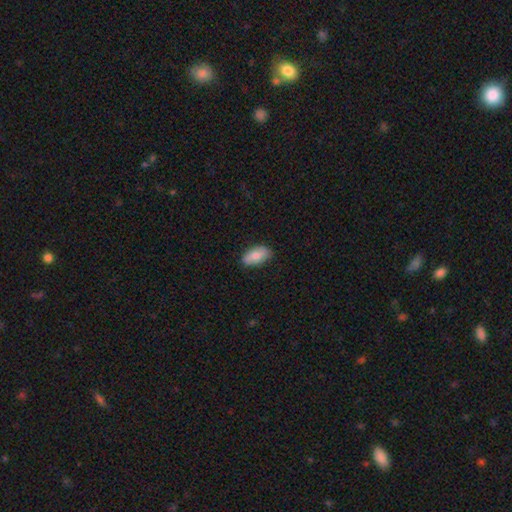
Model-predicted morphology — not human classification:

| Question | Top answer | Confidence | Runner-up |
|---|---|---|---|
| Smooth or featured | smooth | 76% | featured or disk (18%) |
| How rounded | in between | 93% | round (4%) |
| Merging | none | 83% | minor disturbance (14%) |